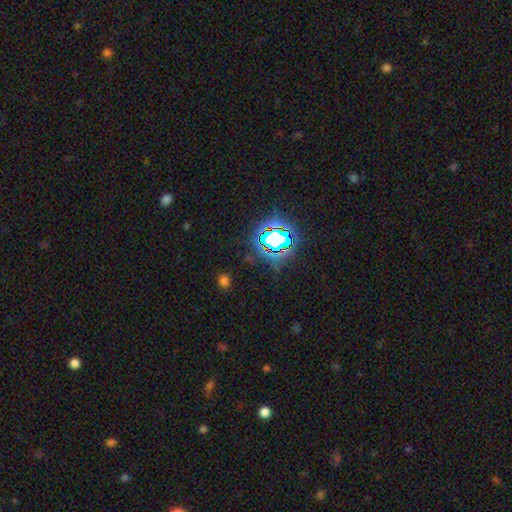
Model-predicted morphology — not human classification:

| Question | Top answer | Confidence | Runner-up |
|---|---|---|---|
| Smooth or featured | star or artifact | 81% | smooth (11%) |